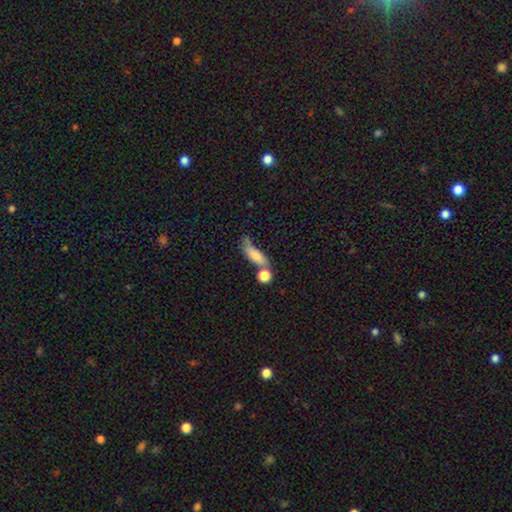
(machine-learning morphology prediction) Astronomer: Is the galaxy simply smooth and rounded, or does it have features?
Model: smooth — 72%.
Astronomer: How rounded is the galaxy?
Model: in between — 57% (runner-up: cigar-shaped, 36%).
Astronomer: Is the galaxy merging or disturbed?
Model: none — 40% (runner-up: merger, 25%).